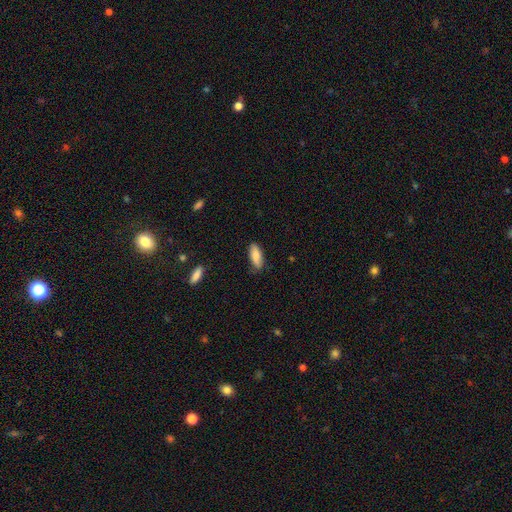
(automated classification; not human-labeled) Q: Smooth or featured?
A: smooth (83%); runner-up: featured or disk (10%)
Q: How rounded?
A: in between (73%); runner-up: cigar-shaped (26%)
Q: Merging?
A: none (81%); runner-up: minor disturbance (15%)